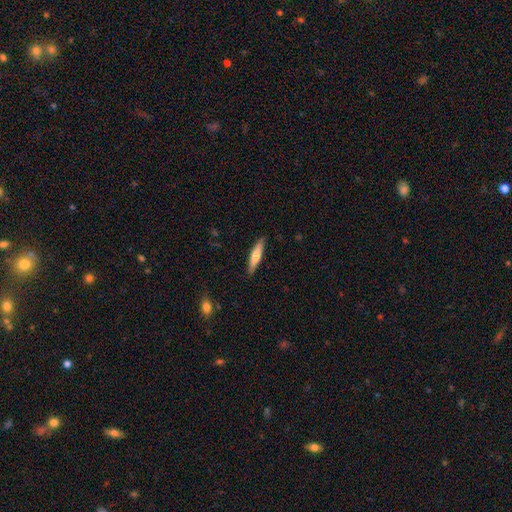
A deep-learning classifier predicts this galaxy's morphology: smooth 60%, featured or disk 34%, star or artifact 6%. Down the decision tree: how rounded — cigar-shaped (83%); merging — none (89%).